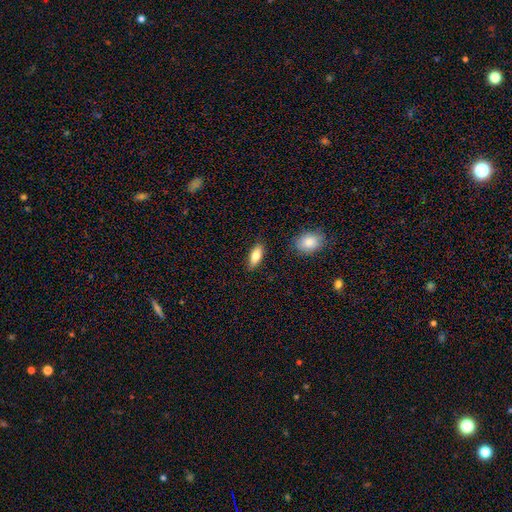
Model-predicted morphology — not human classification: type=smooth (81%); roundness=in between (81%); merging=none (85%).